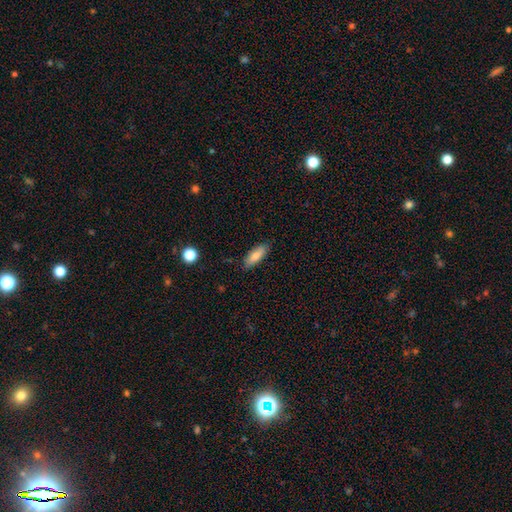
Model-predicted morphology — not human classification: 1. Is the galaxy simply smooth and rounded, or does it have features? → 80% smooth, 13% featured or disk, 7% star or artifact.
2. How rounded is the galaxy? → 67% in between, 31% cigar-shaped, 2% round.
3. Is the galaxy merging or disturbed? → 85% none, 11% minor disturbance, 2% major disturbance, 1% merger.